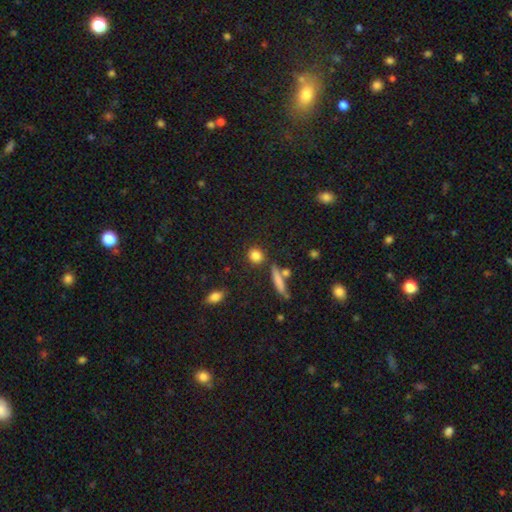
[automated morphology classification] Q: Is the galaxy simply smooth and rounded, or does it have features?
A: smooth — 83%.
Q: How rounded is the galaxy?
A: round — 76%.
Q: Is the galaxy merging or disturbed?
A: none — 82%.